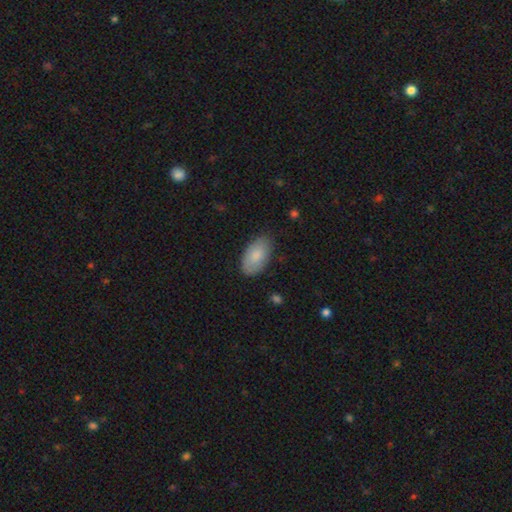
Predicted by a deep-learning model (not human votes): smooth_or_featured: smooth (p=0.81) [alt: featured or disk p=0.13]
how_rounded: in between (p=0.95) [alt: round p=0.03]
merging: none (p=0.78) [alt: minor disturbance p=0.18]